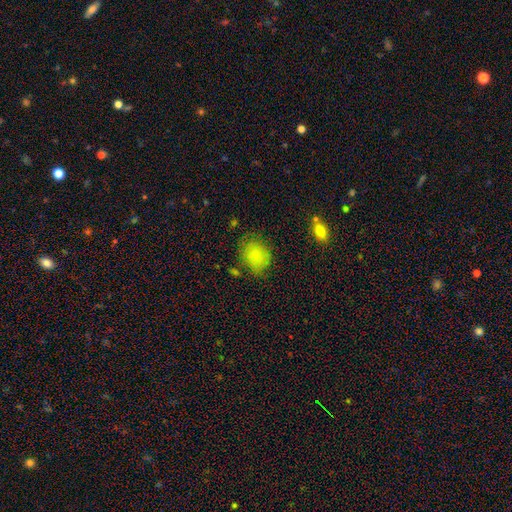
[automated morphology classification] Overall: smooth (82%). How rounded: in between (51%; round 48%). Merging: none (64%; minor disturbance 25%).